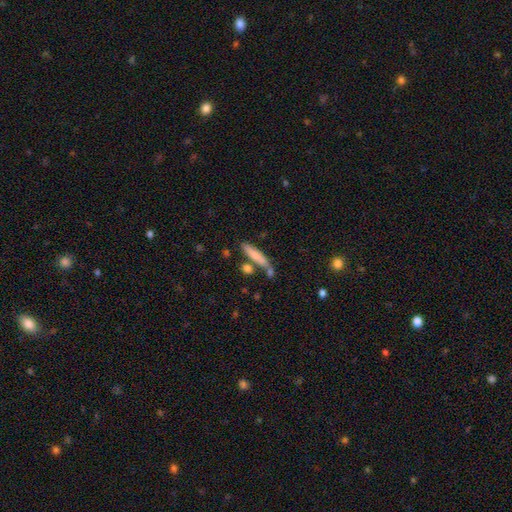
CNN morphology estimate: Smooth or featured?
  - smooth: 73% *
  - featured or disk: 20%
  - star or artifact: 7%
How rounded?
  - cigar-shaped: 85% *
  - in between: 13%
  - round: 2%
Merging?
  - none: 68% *
  - minor disturbance: 14%
  - merger: 14%
  - major disturbance: 4%